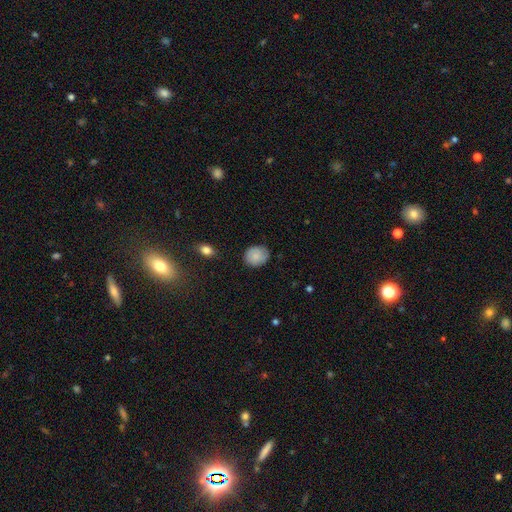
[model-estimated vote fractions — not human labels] Overall: smooth (80%). How rounded: round (72%). Merging: none (79%).